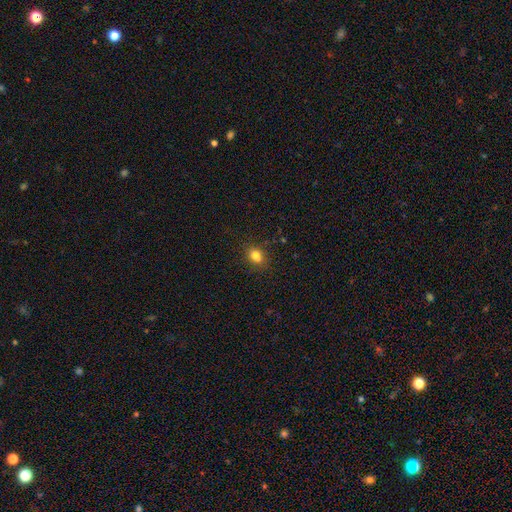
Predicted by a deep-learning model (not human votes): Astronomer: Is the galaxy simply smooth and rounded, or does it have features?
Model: smooth — 81%.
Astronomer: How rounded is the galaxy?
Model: in between — 55% (runner-up: round, 43%).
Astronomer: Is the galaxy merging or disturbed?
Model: none — 82%.